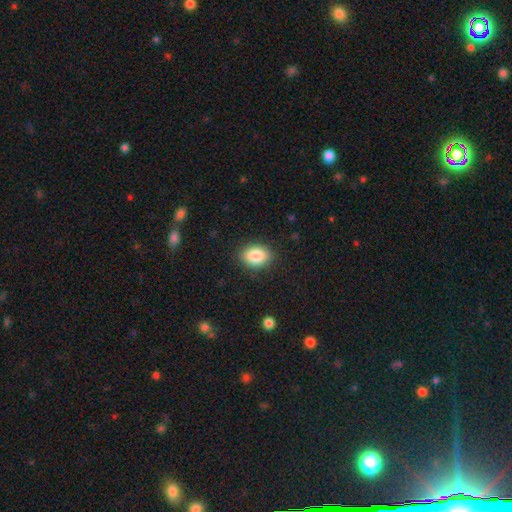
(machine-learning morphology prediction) smooth-or-featured: smooth: 86% | star or artifact: 8% | featured or disk: 6%
  how-rounded: in between: 74% | round: 25% | cigar-shaped: 1%
  merging: none: 87% | minor disturbance: 10% | major disturbance: 3% | merger: 1%